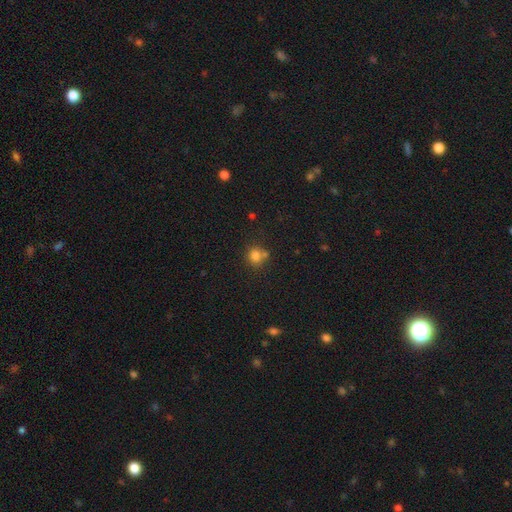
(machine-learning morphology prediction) This is likely a smooth galaxy (78%). How rounded: clearly round (81%). Merging: likely none (60%).